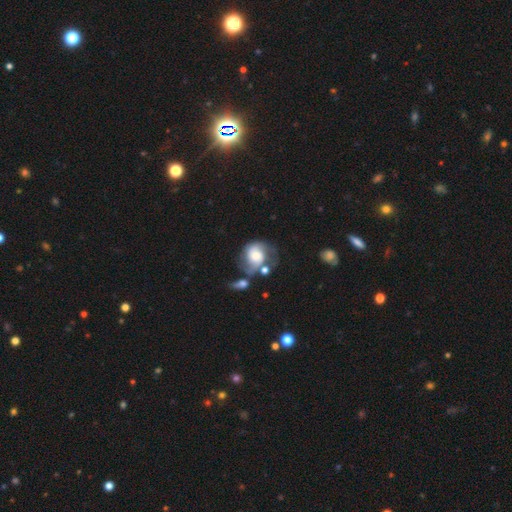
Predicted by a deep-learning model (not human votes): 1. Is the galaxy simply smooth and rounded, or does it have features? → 66% featured or disk, 27% smooth, 8% star or artifact.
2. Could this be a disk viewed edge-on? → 97% no, 3% yes.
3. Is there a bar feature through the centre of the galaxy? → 68% no, 26% weak, 6% strong.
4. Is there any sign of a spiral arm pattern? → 88% yes, 12% no.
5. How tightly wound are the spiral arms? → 42% medium, 33% loose, 25% tight.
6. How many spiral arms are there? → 80% 2, 8% 1, 8% can't tell, 2% 3, 1% 4, 1% more than 4.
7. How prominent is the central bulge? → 41% large, 24% moderate, 12% small, 12% dominant, 11% none.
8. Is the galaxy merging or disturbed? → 38% none, 22% minor disturbance, 22% major disturbance, 18% merger.